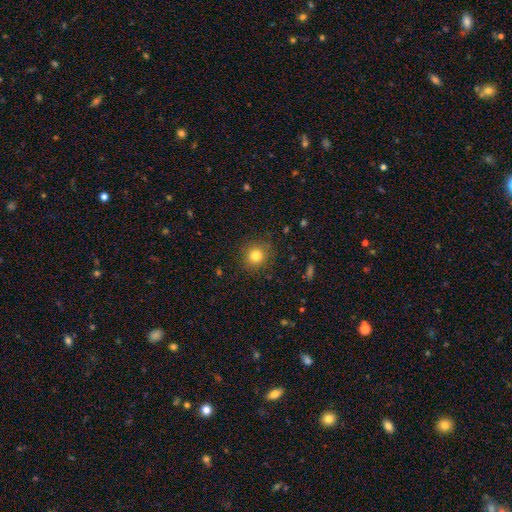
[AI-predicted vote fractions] A smooth galaxy with no disk features (81%) that is round (89%).

Vote fractions:
- Smooth or featured? smooth: 81% / star or artifact: 12% / featured or disk: 7%
- How rounded? round: 89% / in between: 10% / cigar-shaped: 1%
- Merging? none: 86% / minor disturbance: 9% / major disturbance: 3% / merger: 1%